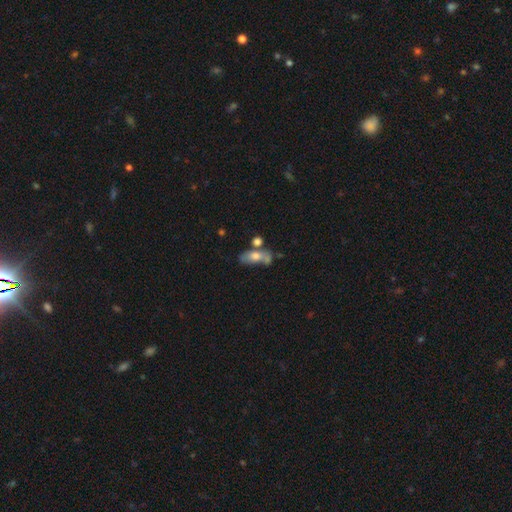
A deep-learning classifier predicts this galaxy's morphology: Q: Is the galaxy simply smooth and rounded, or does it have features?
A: smooth — 63%.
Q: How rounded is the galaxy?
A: in between — 80%.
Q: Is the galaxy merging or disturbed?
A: merger — 35%.